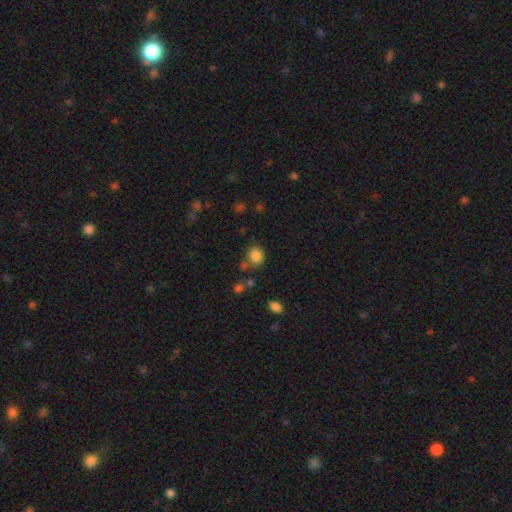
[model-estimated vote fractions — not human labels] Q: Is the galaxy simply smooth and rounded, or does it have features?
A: smooth — 83%.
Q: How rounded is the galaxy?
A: round — 66%.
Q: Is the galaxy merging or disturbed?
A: none — 69%.